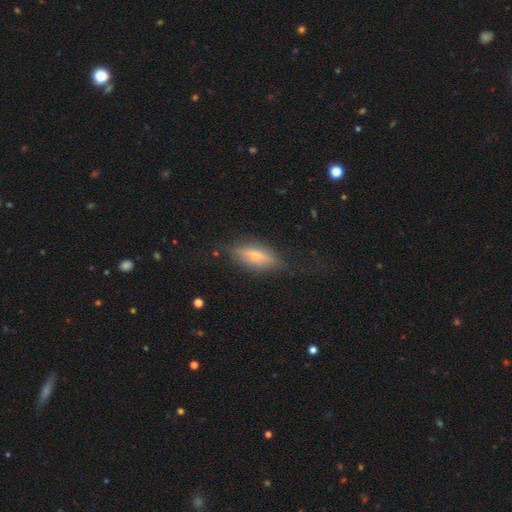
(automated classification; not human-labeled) smooth-or-featured: featured or disk: 54% | smooth: 37% | star or artifact: 9%
  disk-edge-on: yes: 87% | no: 13%
  merging: none: 76% | minor disturbance: 17% | major disturbance: 6% | merger: 1%